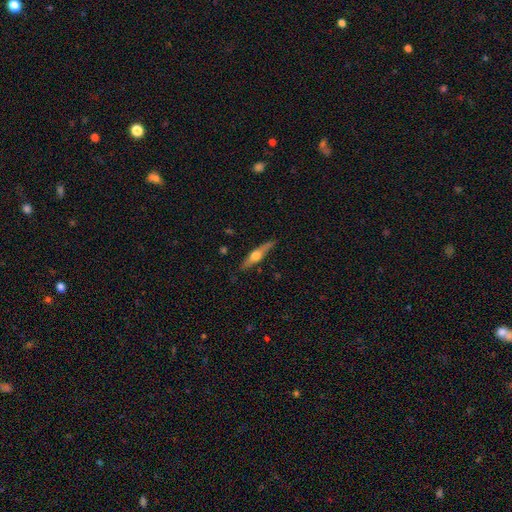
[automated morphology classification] featured or disk 60%, smooth 34%, star or artifact 5%. Down the decision tree: edge-on disk — yes (95%); edge-on bulge — rounded (94%); merging — none (84%).